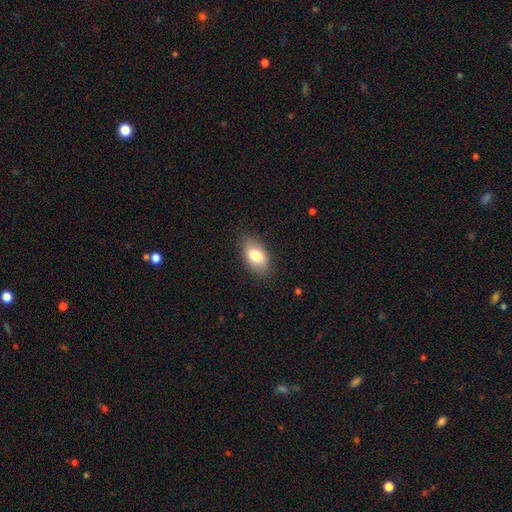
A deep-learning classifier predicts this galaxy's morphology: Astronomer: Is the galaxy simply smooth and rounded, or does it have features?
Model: smooth — 81%.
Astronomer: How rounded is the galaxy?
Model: in between — 92%.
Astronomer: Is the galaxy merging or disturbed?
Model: none — 84%.